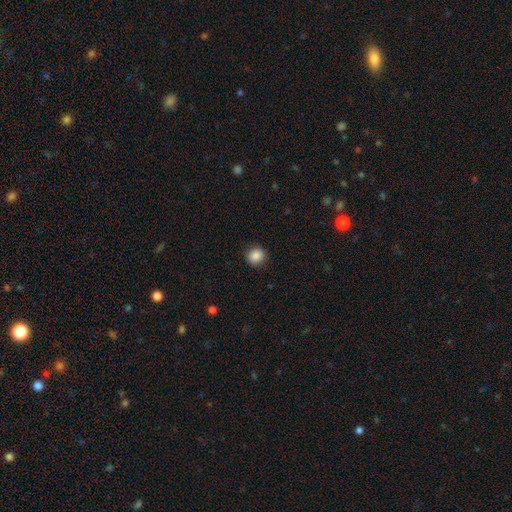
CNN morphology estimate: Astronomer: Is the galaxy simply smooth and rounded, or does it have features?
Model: smooth — 87%.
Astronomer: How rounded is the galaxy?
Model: round — 84%.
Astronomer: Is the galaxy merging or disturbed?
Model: none — 90%.